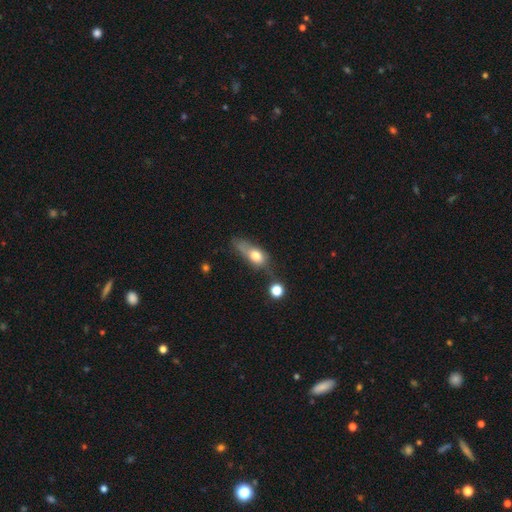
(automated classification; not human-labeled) Morphology: type=smooth (68%); roundness=in between (64%); merging=none (30%).